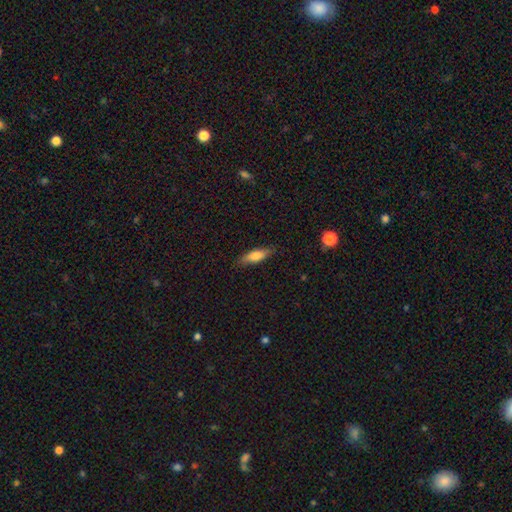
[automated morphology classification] This appears to be a smooth galaxy with no disk features (70%) that is cigar-shaped (52%). Merging: none (84%).